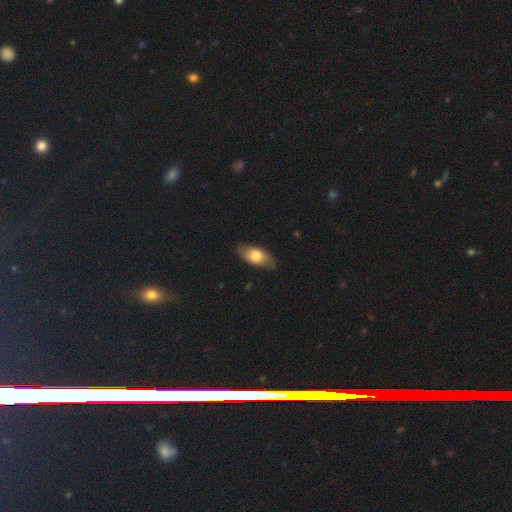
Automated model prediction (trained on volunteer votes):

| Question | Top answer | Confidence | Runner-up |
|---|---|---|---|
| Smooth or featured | smooth | 72% | featured or disk (22%) |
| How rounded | in between | 88% | cigar-shaped (7%) |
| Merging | none | 80% | minor disturbance (16%) |